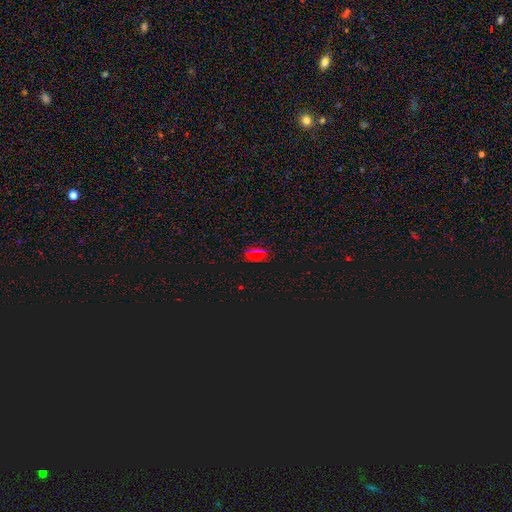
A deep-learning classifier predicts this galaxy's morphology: smooth_or_featured: star or artifact (p=0.60) [alt: smooth p=0.30]